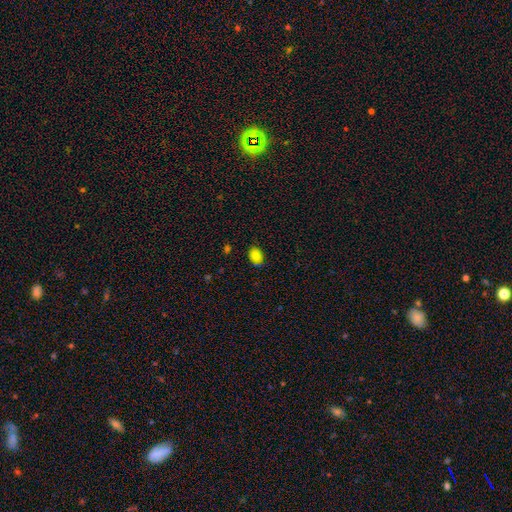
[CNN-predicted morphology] Smooth or featured? smooth (86%)
How rounded? in between (79%)
Merging? none (84%)